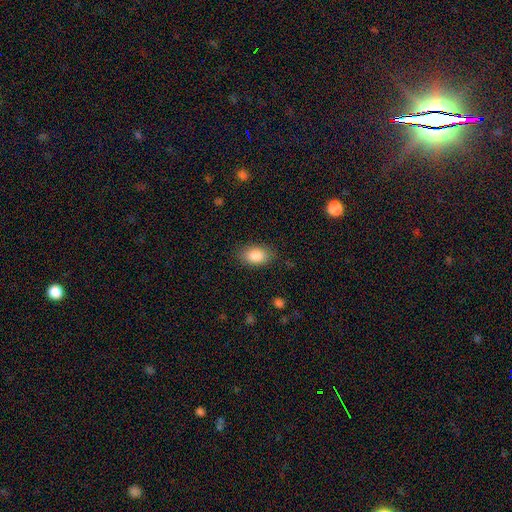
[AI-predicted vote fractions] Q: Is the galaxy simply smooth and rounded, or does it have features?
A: smooth — 87%.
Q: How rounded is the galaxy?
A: in between — 89%.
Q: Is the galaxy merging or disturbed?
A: none — 83%.